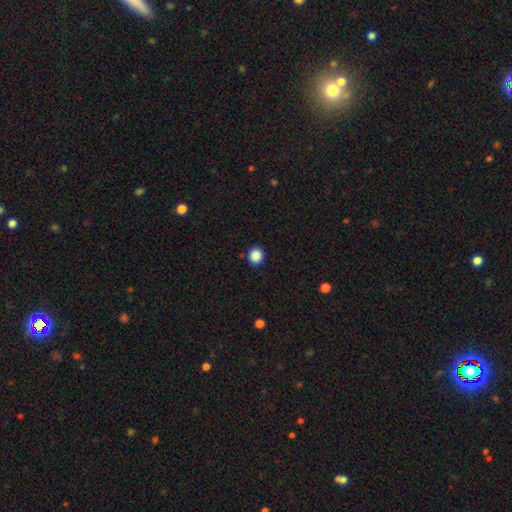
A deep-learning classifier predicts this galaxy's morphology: Smooth or featured? Predicted: smooth (p=0.88). How rounded? Predicted: round (p=0.80). Merging? Predicted: none (p=0.90).